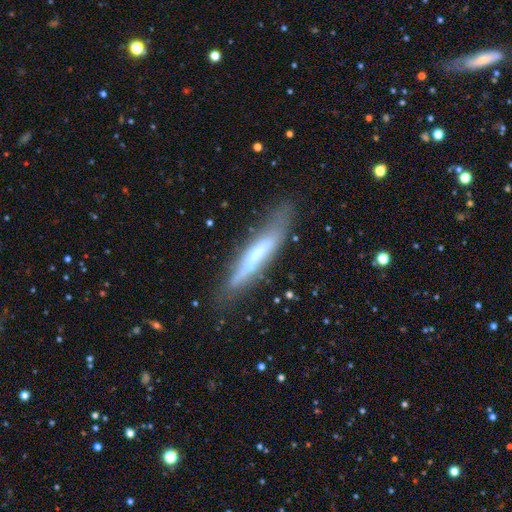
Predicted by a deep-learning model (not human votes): Smooth or featured? featured or disk (53%)
Edge-on disk? yes (77%)
Merging? none (65%)